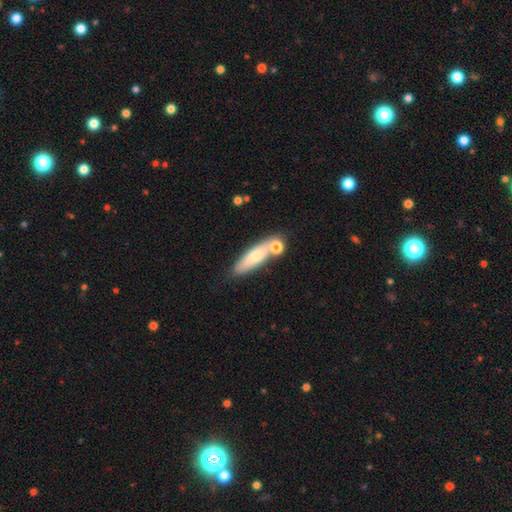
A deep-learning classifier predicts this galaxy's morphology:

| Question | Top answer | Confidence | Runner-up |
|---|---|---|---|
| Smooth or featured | smooth | 65% | featured or disk (27%) |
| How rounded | cigar-shaped | 62% | in between (35%) |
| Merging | none | 60% | merger (21%) |